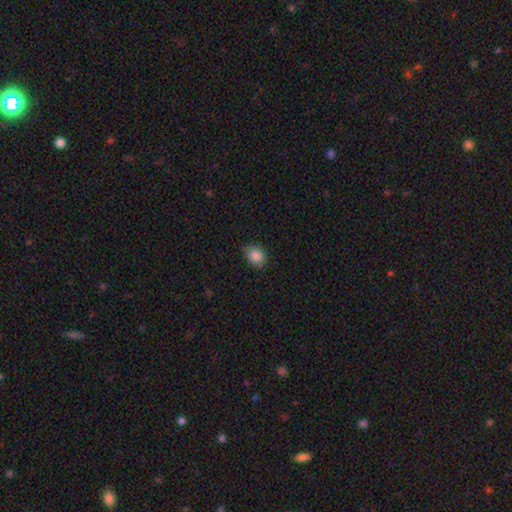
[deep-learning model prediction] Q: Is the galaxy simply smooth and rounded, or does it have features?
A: smooth — 86%.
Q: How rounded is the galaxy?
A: round — 51%.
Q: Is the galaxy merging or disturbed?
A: none — 73%.